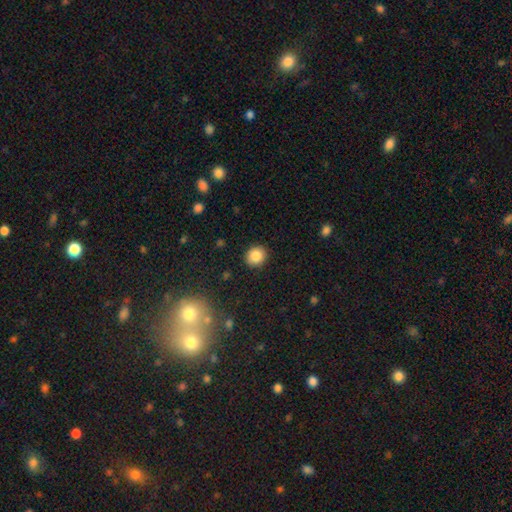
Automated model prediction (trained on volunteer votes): The model was most divided on "how rounded": round: 84%, in between: 15%, cigar-shaped: 1%. More confident: merging — none (91%); smooth or featured — smooth (85%).